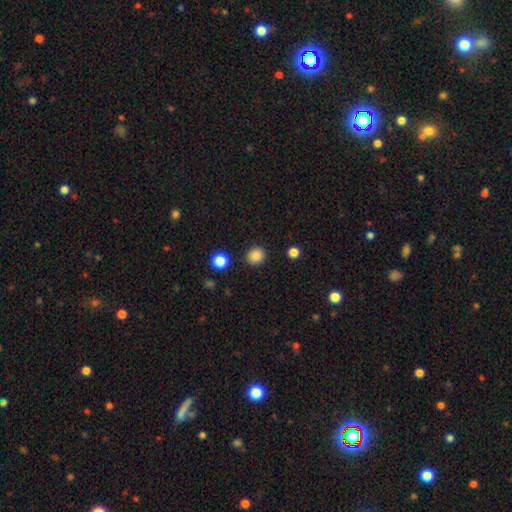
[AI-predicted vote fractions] smooth-or-featured: smooth: 86% | star or artifact: 11% | featured or disk: 3%
  how-rounded: round: 85% | in between: 15% | cigar-shaped: 1%
  merging: none: 90% | minor disturbance: 6% | major disturbance: 2% | merger: 2%